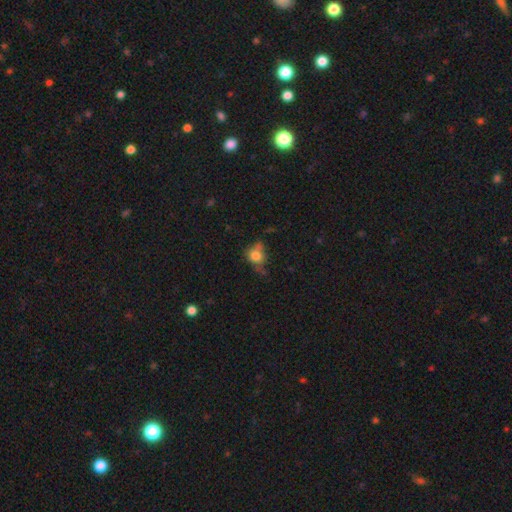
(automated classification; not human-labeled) Smooth or featured?
  - smooth: 70% *
  - featured or disk: 17%
  - star or artifact: 13%
How rounded?
  - round: 55% *
  - in between: 43%
  - cigar-shaped: 2%
Merging?
  - none: 40% *
  - minor disturbance: 31%
  - major disturbance: 22%
  - merger: 8%